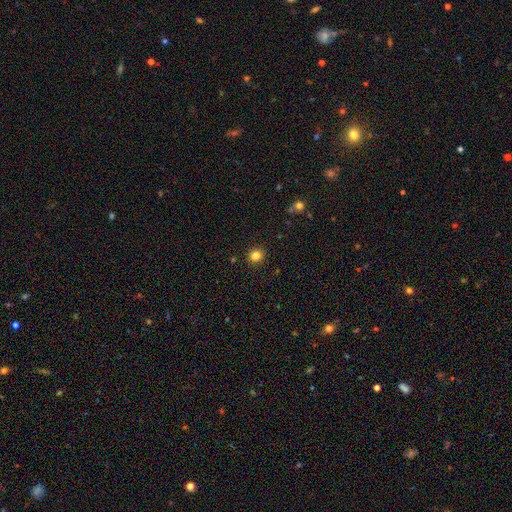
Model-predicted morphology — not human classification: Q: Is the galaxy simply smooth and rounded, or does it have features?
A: smooth — 82%.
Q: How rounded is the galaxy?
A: round — 91%.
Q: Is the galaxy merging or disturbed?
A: none — 92%.